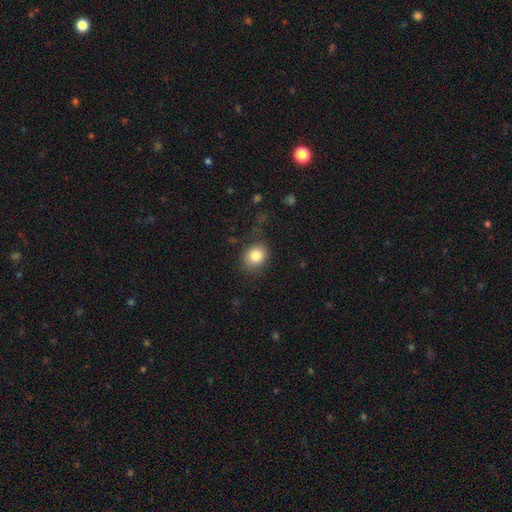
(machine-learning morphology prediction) Smooth or featured: smooth — 83% (star or artifact — 10%)
How rounded: round — 61% (in between — 38%)
Merging: none — 79% (minor disturbance — 15%)